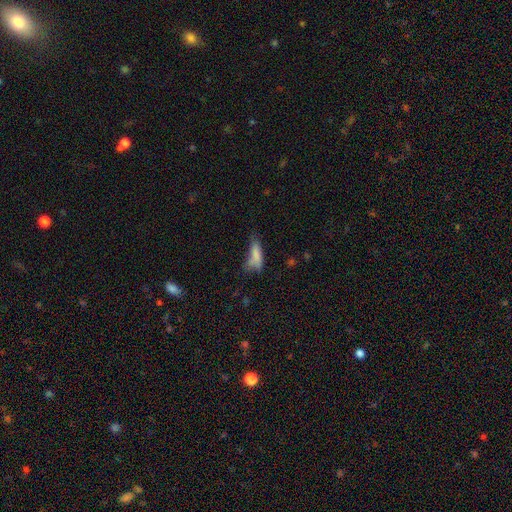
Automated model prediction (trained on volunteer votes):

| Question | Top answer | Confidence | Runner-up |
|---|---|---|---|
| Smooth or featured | smooth | 75% | featured or disk (15%) |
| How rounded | in between | 57% | cigar-shaped (41%) |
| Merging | none | 34% | minor disturbance (32%) |